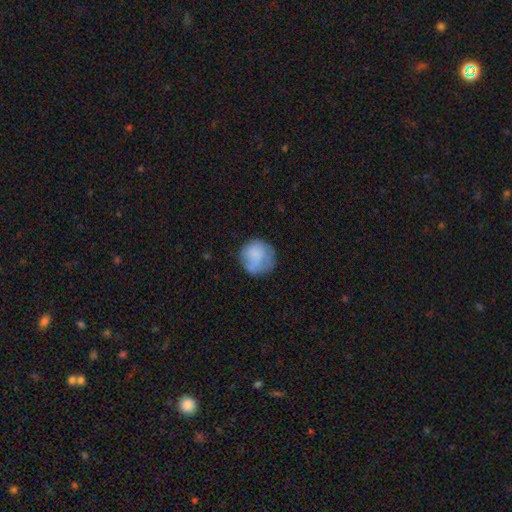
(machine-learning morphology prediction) smooth-or-featured: smooth: 74% | featured or disk: 19% | star or artifact: 8%
  how-rounded: round: 88% | in between: 11% | cigar-shaped: 1%
  merging: none: 61% | minor disturbance: 24% | major disturbance: 12% | merger: 3%